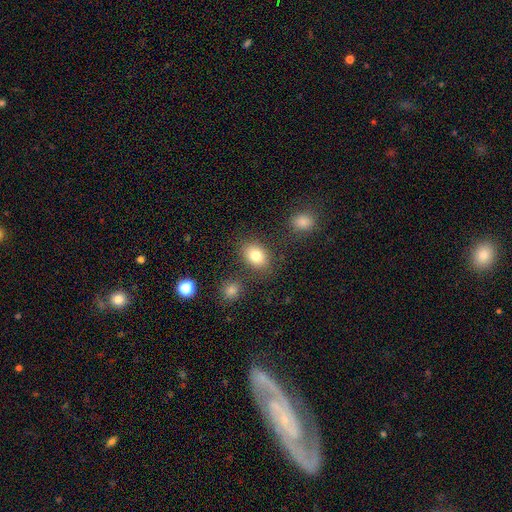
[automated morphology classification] Smooth or featured? smooth (82%)
How rounded? in between (73%)
Merging? none (77%)